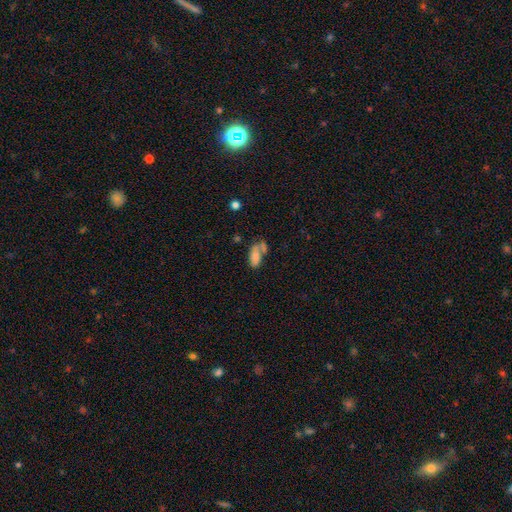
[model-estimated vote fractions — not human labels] smooth-or-featured: smooth: 69% | featured or disk: 22% | star or artifact: 9%
  how-rounded: in between: 88% | cigar-shaped: 8% | round: 4%
  merging: none: 34% | merger: 33% | minor disturbance: 19% | major disturbance: 14%